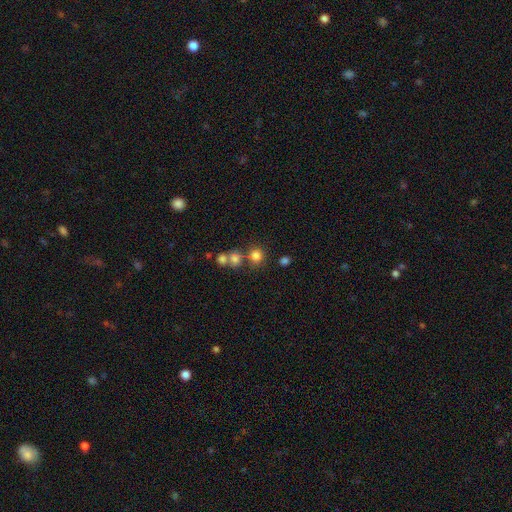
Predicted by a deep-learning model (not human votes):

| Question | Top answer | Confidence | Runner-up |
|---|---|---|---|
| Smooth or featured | smooth | 77% | star or artifact (15%) |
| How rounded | round | 88% | in between (11%) |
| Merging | none | 63% | merger (25%) |